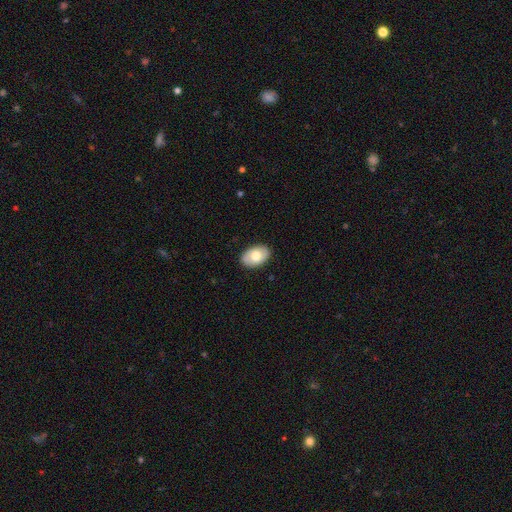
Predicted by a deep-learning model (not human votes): Q: Smooth or featured?
A: smooth (71%); runner-up: featured or disk (23%)
Q: How rounded?
A: in between (89%); runner-up: round (10%)
Q: Merging?
A: none (88%); runner-up: minor disturbance (9%)